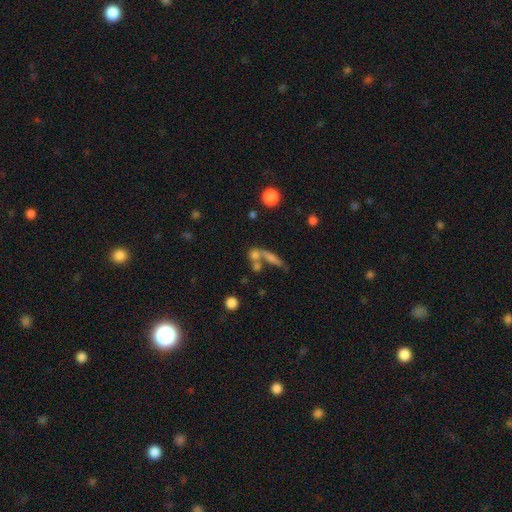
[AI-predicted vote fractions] This is likely a smooth galaxy (64%). How rounded: marginally round (38%). Merging: marginally merger (43%).